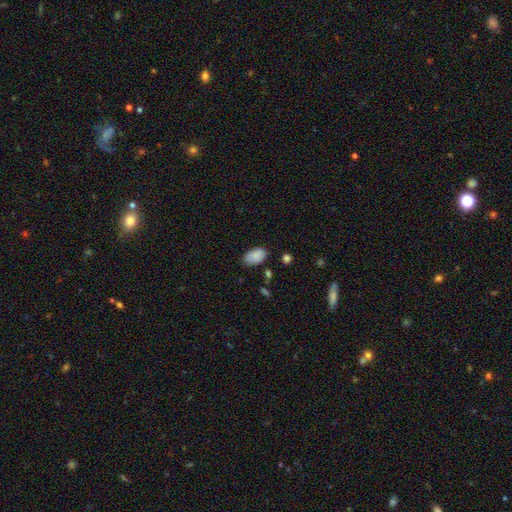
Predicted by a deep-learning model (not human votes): A smooth galaxy with no disk features (86%) that is in between round and cigar-shaped (93%).

Vote fractions:
- Smooth or featured? smooth: 86% / star or artifact: 7% / featured or disk: 7%
- How rounded? in between: 93% / round: 6% / cigar-shaped: 1%
- Merging? none: 77% / minor disturbance: 18% / major disturbance: 3% / merger: 2%